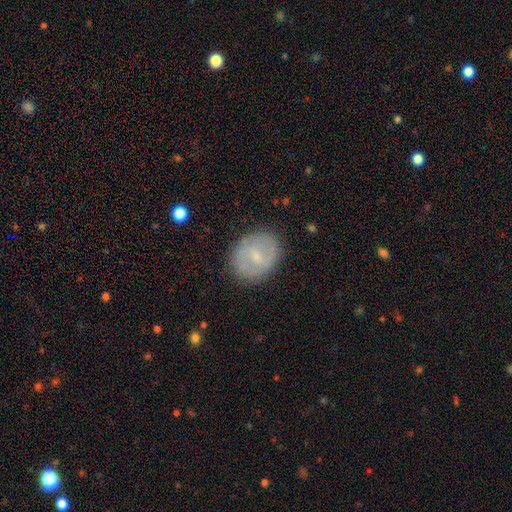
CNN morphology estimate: smooth_or_featured: featured or disk (p=0.48) [alt: smooth p=0.45]
merging: none (p=0.84) [alt: minor disturbance p=0.11]